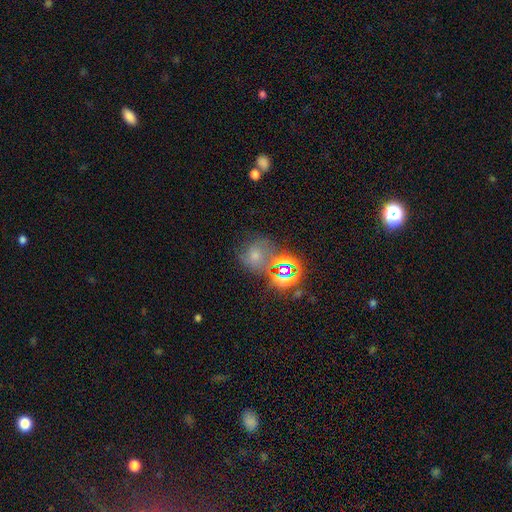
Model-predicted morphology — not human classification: Q: Smooth or featured?
A: smooth (48%); runner-up: star or artifact (36%)
Q: Merging?
A: none (54%); runner-up: minor disturbance (20%)